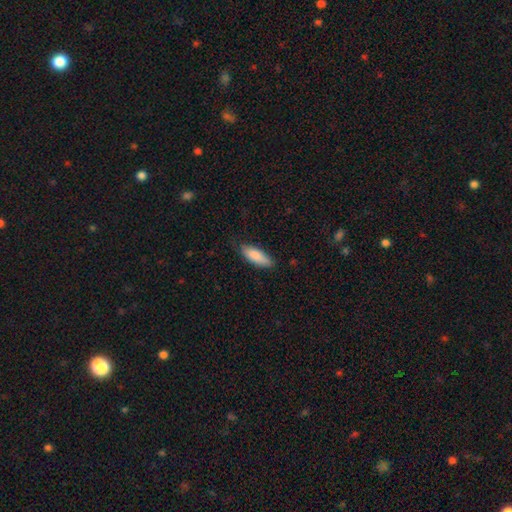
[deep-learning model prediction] Smooth or featured? Predicted: smooth (p=0.86). How rounded? Predicted: in between (p=0.64). Merging? Predicted: none (p=0.78).